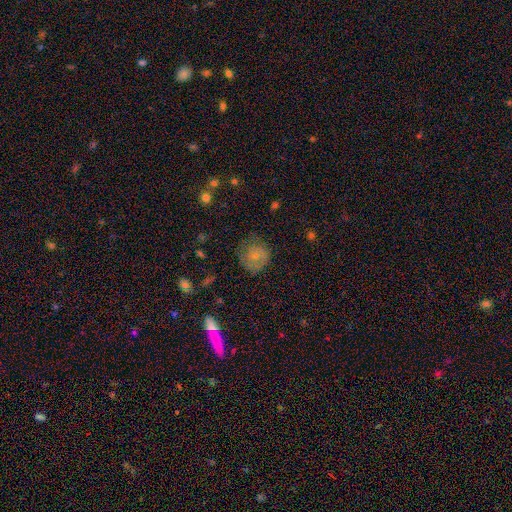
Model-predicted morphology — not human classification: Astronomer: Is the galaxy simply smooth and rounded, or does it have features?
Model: smooth — 59%.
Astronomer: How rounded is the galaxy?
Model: round — 83%.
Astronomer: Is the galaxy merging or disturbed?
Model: none — 61%.